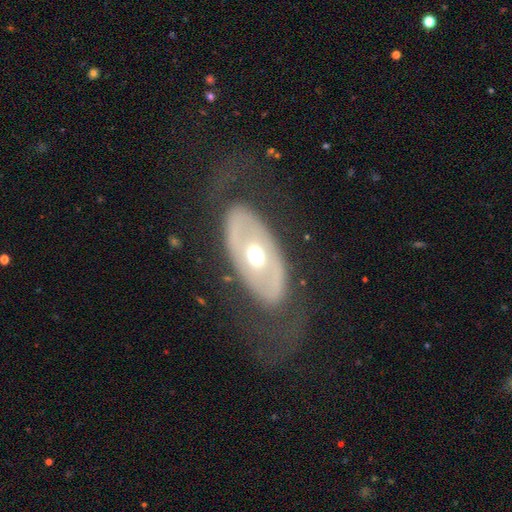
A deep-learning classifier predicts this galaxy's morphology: A featured or disk galaxy (64%) with no bar (81%), no spiral arms (72%) and a moderate central bulge (72%). Merging: none (70%).